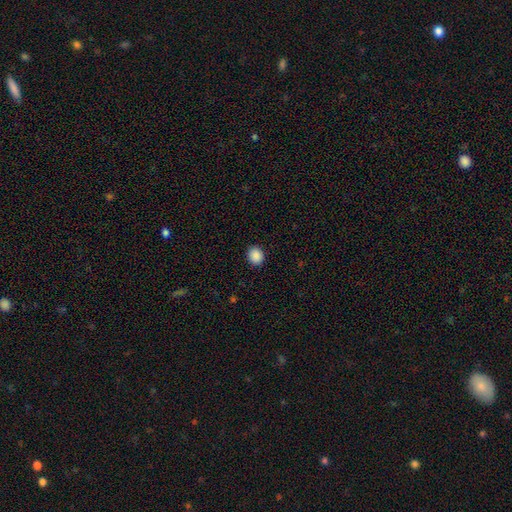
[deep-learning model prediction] Morphology: type=smooth (89%); roundness=round (58%); merging=none (90%).